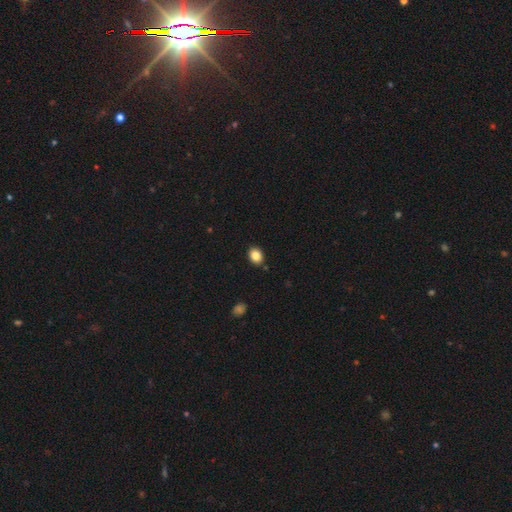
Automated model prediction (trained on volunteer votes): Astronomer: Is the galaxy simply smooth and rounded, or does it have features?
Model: smooth — 85%.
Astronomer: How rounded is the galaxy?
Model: in between — 60% (runner-up: round, 39%).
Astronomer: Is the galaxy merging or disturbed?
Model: none — 88%.